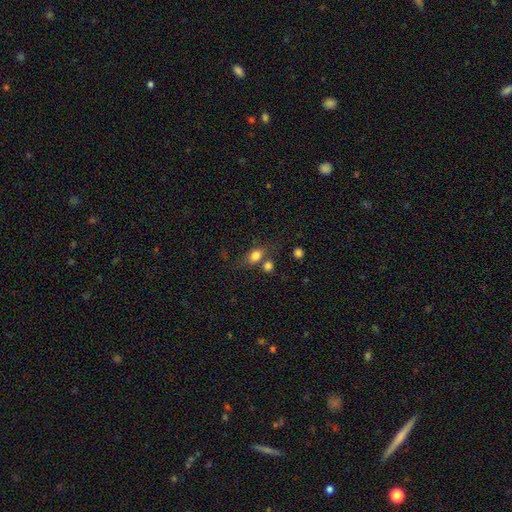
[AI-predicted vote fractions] The model was most divided on "merging": none: 54%, merger: 23%, minor disturbance: 16%, major disturbance: 7%. More confident: smooth or featured — smooth (80%); how rounded — in between (66%).